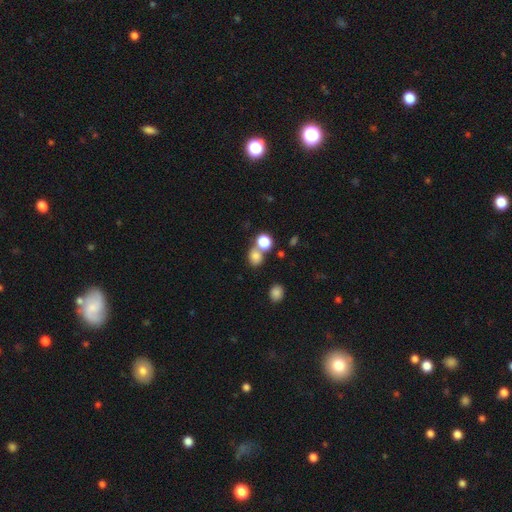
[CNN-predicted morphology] Overall: smooth (79%). How rounded: round (67%; in between 32%). Merging: none (50%; merger 37%).